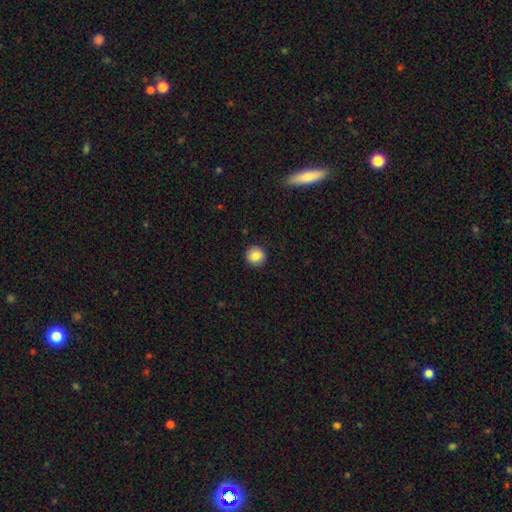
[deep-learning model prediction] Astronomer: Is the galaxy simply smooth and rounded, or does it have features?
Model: smooth — 86%.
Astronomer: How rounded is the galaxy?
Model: round — 91%.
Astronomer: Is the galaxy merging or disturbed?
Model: none — 90%.